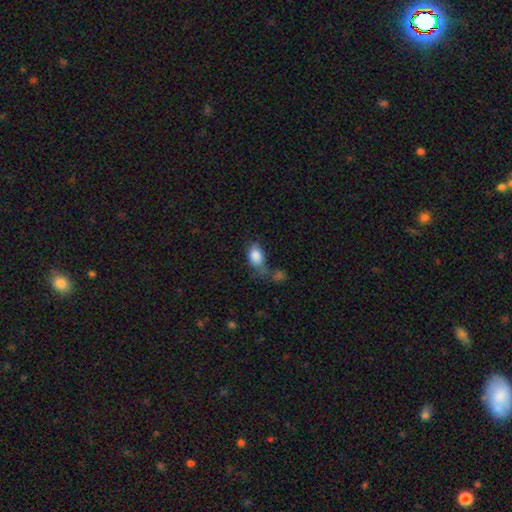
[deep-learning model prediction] Smooth or featured?
  - smooth: 86% *
  - star or artifact: 8%
  - featured or disk: 7%
How rounded?
  - in between: 88% *
  - round: 10%
  - cigar-shaped: 2%
Merging?
  - none: 43% *
  - minor disturbance: 23%
  - merger: 20%
  - major disturbance: 14%